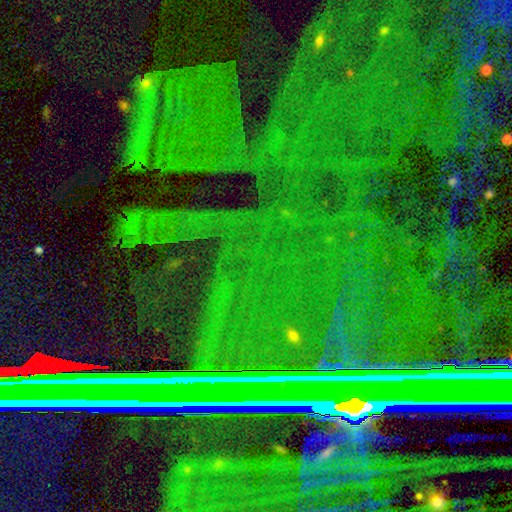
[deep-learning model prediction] Smooth or featured?
  - star or artifact: 86% *
  - featured or disk: 8%
  - smooth: 7%